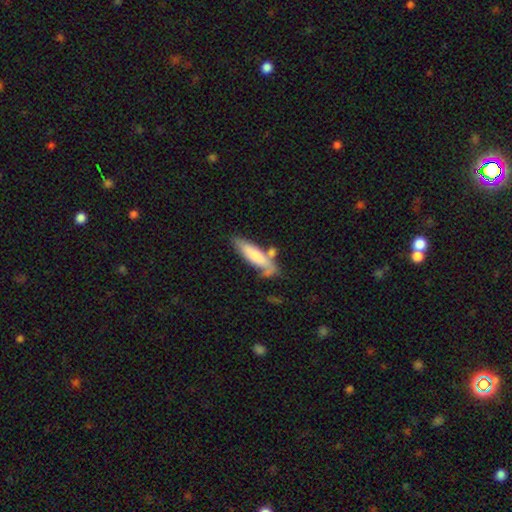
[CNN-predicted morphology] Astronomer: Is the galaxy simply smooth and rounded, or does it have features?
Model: smooth — 71%.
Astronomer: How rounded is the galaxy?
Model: cigar-shaped — 64%.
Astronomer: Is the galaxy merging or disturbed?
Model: none — 54%.